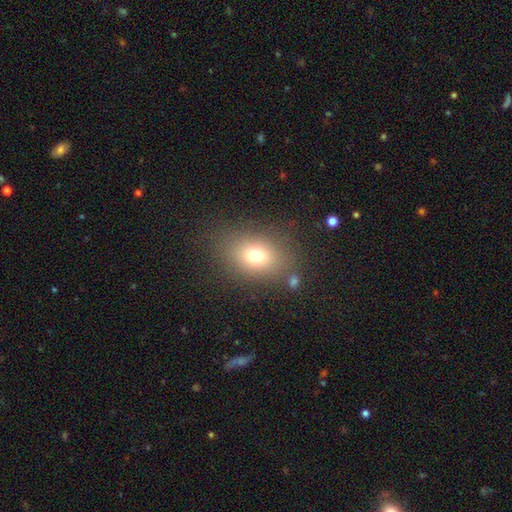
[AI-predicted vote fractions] Overall: smooth (73%). How rounded: in between (62%; round 37%). Merging: none (79%).